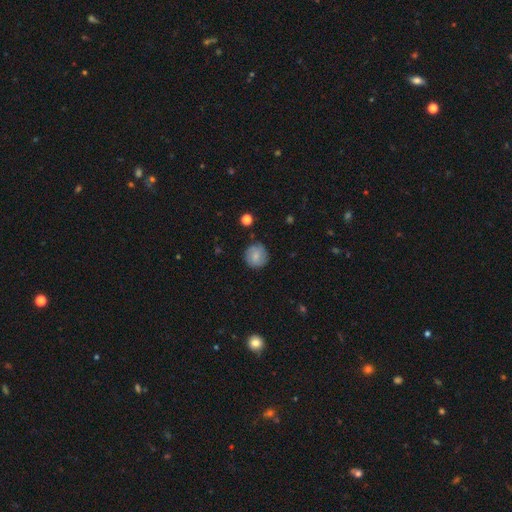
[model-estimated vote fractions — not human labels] This appears to be a smooth galaxy with no disk features (76%) that is round (92%). Merging: none (82%).